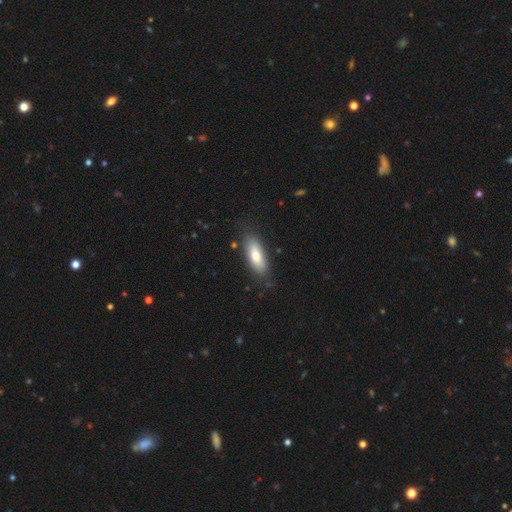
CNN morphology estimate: type=smooth (75%); roundness=in between (72%); merging=none (80%).